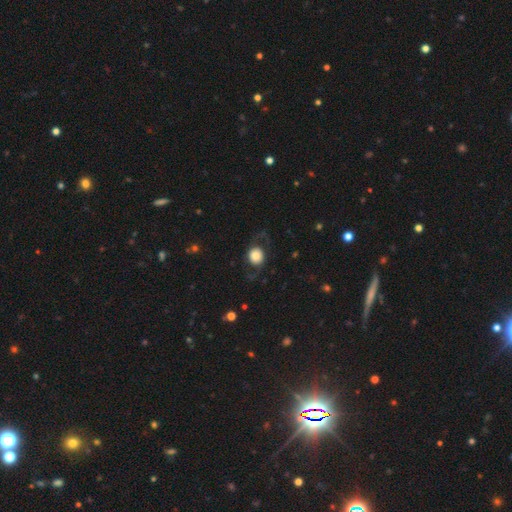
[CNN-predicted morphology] This appears to be a smooth galaxy with no disk features (58%) that is round (75%). Merging: none (67%).